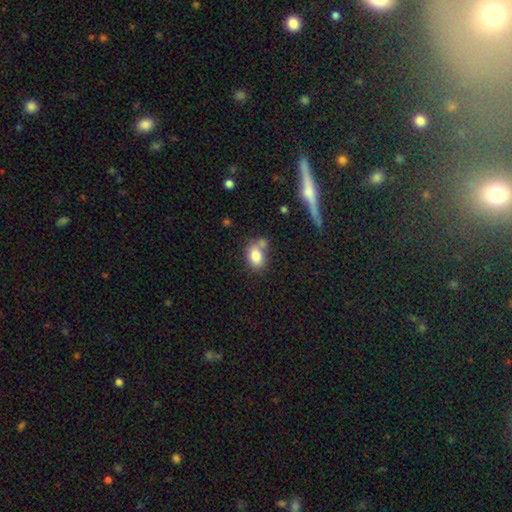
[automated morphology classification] smooth-or-featured: smooth: 80% | featured or disk: 11% | star or artifact: 9%
  how-rounded: in between: 76% | round: 23% | cigar-shaped: 2%
  merging: none: 53% | merger: 23% | minor disturbance: 18% | major disturbance: 6%